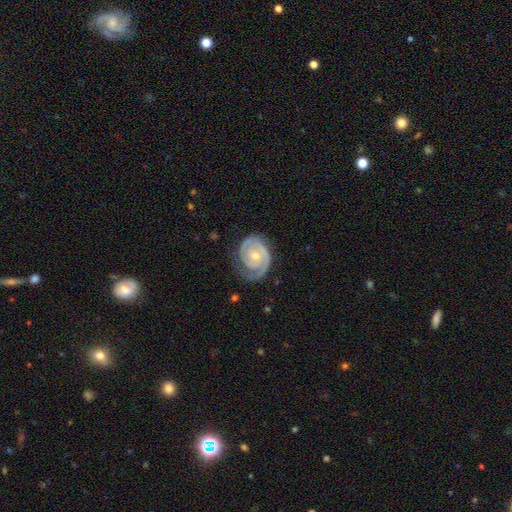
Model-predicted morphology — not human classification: Q: Smooth or featured?
A: featured or disk (86%); runner-up: smooth (10%)
Q: Edge-on disk?
A: no (98%); runner-up: yes (2%)
Q: Bar?
A: no (70%); runner-up: weak (25%)
Q: Spiral arms?
A: yes (95%); runner-up: no (5%)
Q: Spiral winding?
A: tight (68%); runner-up: medium (25%)
Q: Spiral arm count?
A: 2 (47%); runner-up: 1 (30%)
Q: Bulge size?
A: small (52%); runner-up: moderate (45%)
Q: Merging?
A: none (61%); runner-up: minor disturbance (24%)